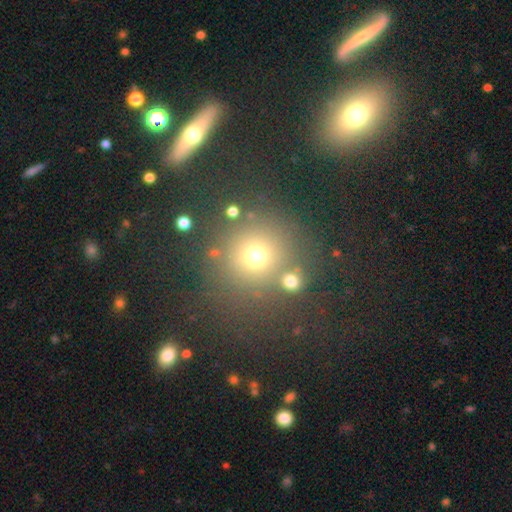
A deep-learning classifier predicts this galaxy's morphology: Q: Smooth or featured?
A: smooth (69%); runner-up: star or artifact (22%)
Q: How rounded?
A: round (93%); runner-up: in between (6%)
Q: Merging?
A: none (76%); runner-up: merger (9%)